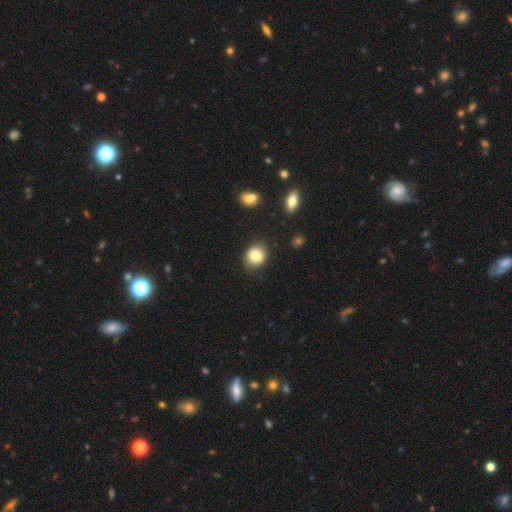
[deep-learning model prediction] Smooth or featured: smooth — 83% (star or artifact — 10%)
How rounded: round — 71% (in between — 28%)
Merging: none — 82% (minor disturbance — 13%)